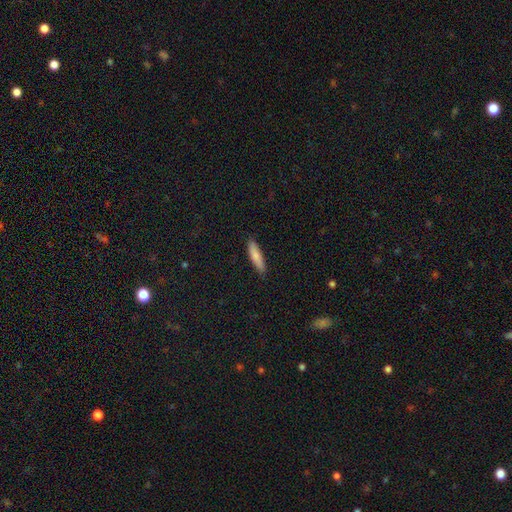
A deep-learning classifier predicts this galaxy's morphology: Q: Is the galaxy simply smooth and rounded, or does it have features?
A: smooth — 81%.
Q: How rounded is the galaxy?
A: cigar-shaped — 77%.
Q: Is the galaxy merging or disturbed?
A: none — 87%.